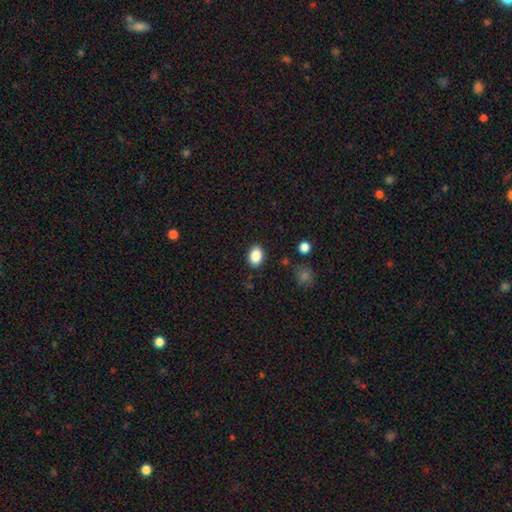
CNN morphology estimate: smooth_or_featured: smooth (p=0.87) [alt: star or artifact p=0.09]
how_rounded: in between (p=0.75) [alt: round p=0.24]
merging: none (p=0.87) [alt: minor disturbance p=0.09]